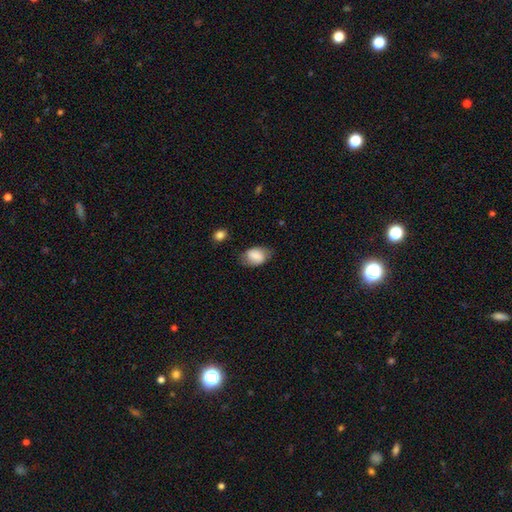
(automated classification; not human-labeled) Smooth or featured? smooth (74%)
How rounded? in between (85%)
Merging? none (68%)